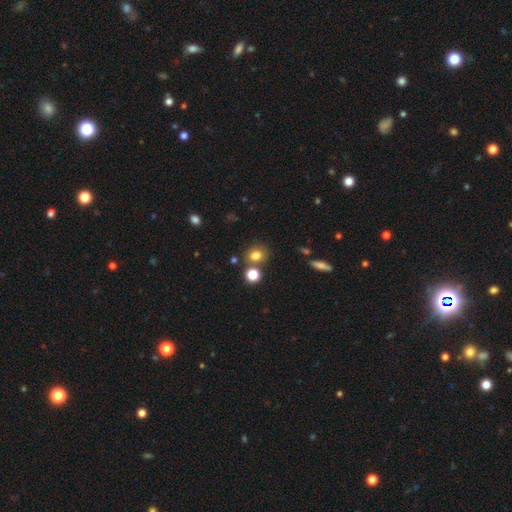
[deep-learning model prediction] Q: Smooth or featured?
A: smooth (79%); runner-up: star or artifact (14%)
Q: How rounded?
A: round (67%); runner-up: in between (32%)
Q: Merging?
A: none (69%); runner-up: merger (17%)